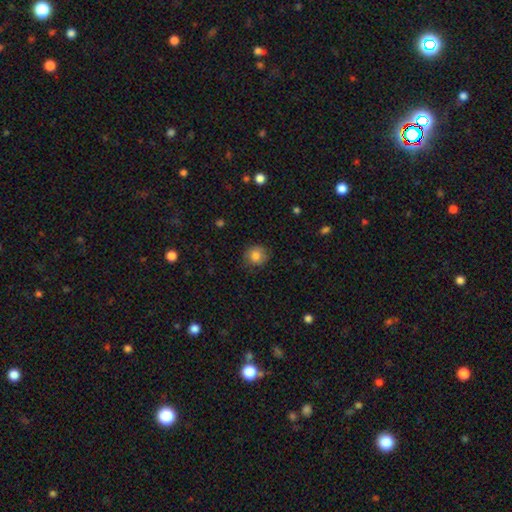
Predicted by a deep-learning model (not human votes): Smooth or featured? Predicted: smooth (p=0.81). How rounded? Predicted: round (p=0.84). Merging? Predicted: none (p=0.78).